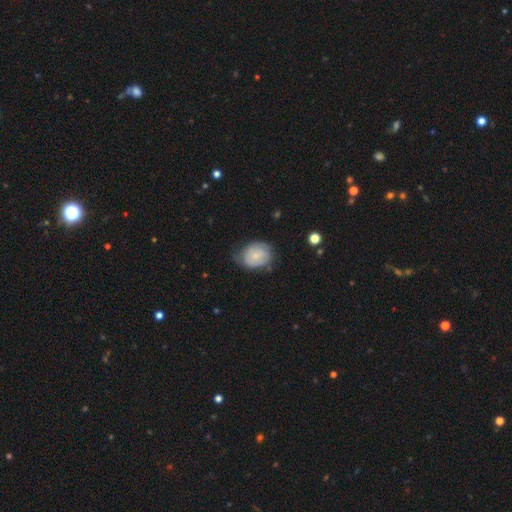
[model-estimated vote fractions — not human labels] The model was most divided on "how rounded": round: 50%, in between: 49%, cigar-shaped: 1%. More confident: smooth or featured — smooth (60%); merging — none (52%).